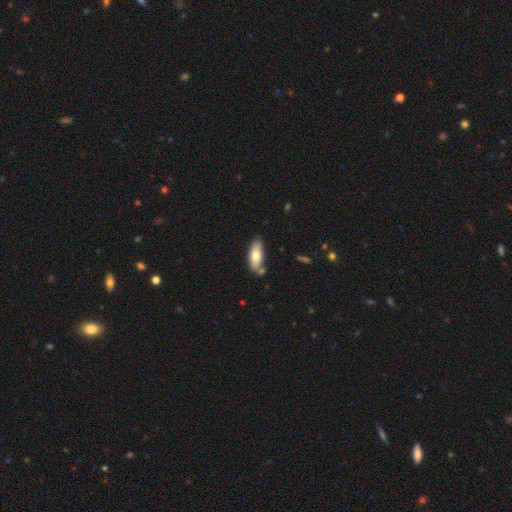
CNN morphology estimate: Overall: smooth (73%). How rounded: in between (74%). Merging: none (74%).